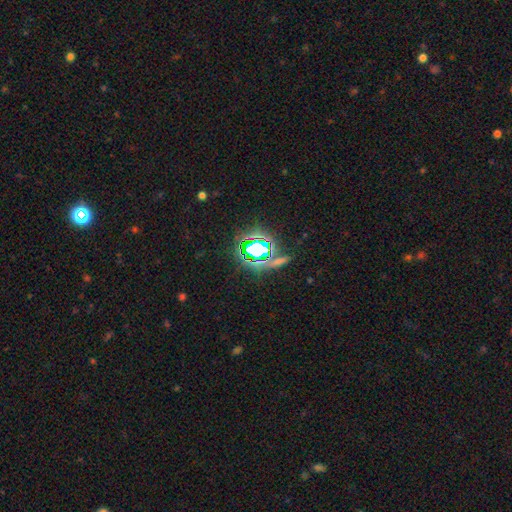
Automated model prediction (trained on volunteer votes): Smooth or featured: star or artifact — 78% (smooth — 13%)